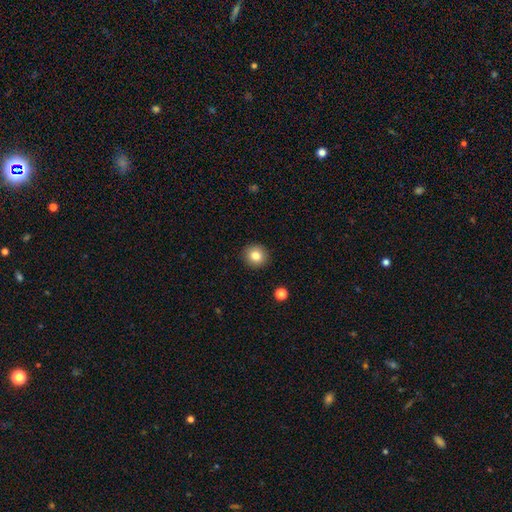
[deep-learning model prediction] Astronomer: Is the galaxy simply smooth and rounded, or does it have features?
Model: smooth — 82%.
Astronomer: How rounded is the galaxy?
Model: round — 93%.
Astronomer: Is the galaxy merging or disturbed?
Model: none — 92%.